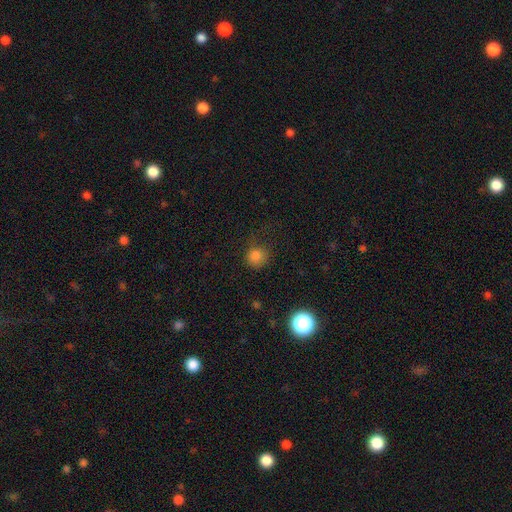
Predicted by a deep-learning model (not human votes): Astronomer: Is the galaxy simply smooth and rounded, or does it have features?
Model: smooth — 80%.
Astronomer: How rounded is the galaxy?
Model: round — 87%.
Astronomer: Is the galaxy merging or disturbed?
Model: none — 67%.